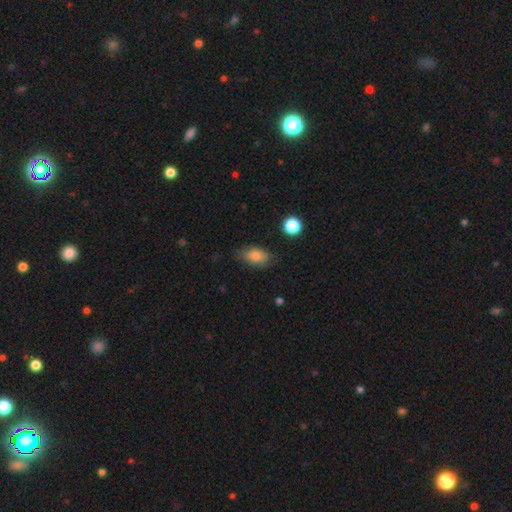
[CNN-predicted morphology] This is clearly a smooth galaxy (82%). How rounded: clearly in between (87%). Merging: likely none (75%).